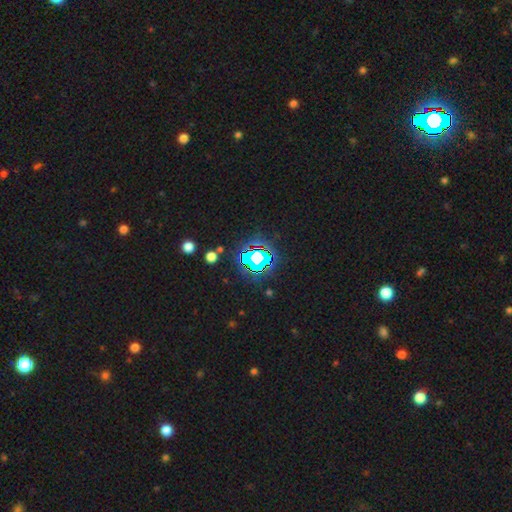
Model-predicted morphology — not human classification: type=star or artifact (76%).